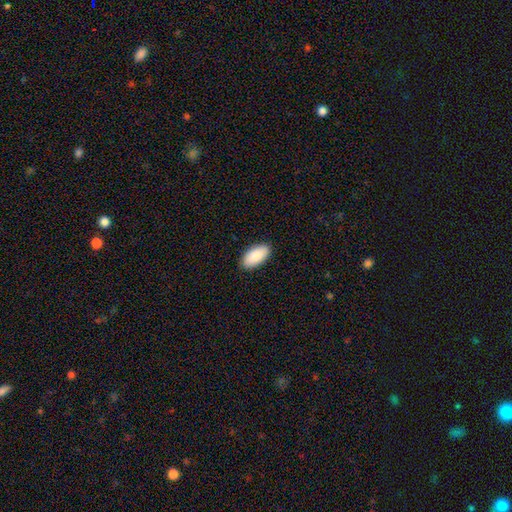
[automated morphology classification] Smooth or featured? Predicted: smooth (p=0.88). How rounded? Predicted: in between (p=0.95). Merging? Predicted: none (p=0.89).